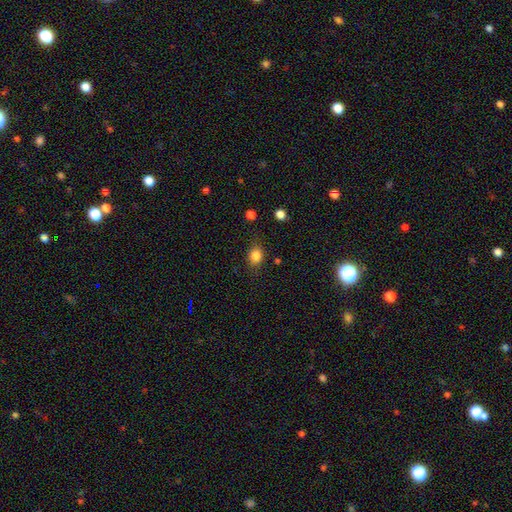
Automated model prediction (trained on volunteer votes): This appears to be a smooth galaxy with no disk features (83%) that is round (54%). Merging: none (79%).